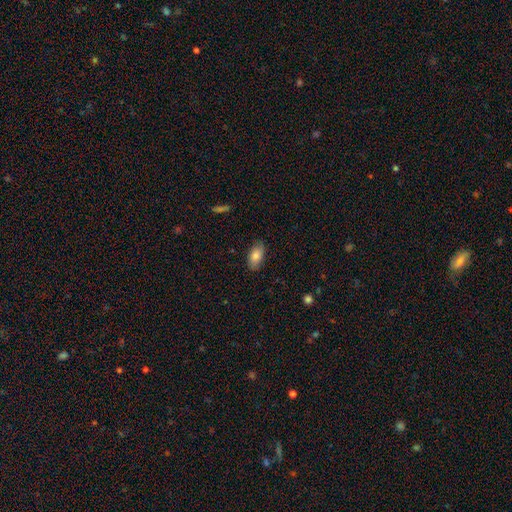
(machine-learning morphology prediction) Smooth or featured: smooth — 82% (featured or disk — 11%)
How rounded: in between — 93% (cigar-shaped — 4%)
Merging: none — 85% (minor disturbance — 11%)